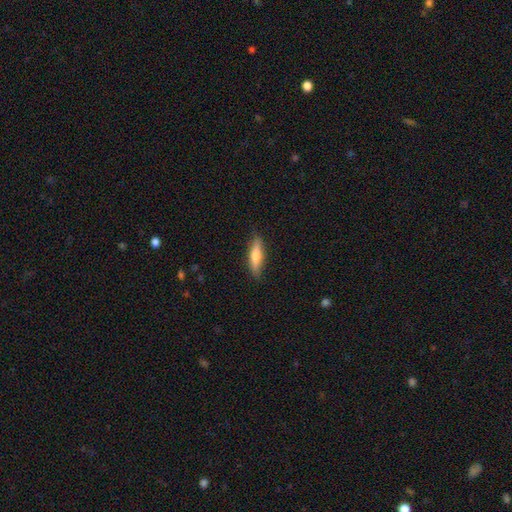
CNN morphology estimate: Smooth or featured: smooth — 66% (featured or disk — 28%)
How rounded: cigar-shaped — 69% (in between — 30%)
Merging: none — 84% (minor disturbance — 12%)